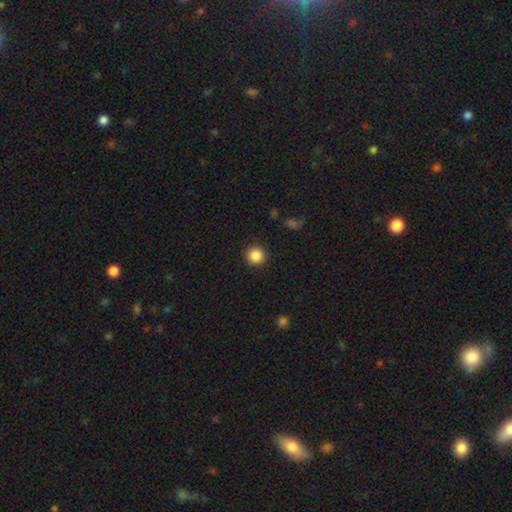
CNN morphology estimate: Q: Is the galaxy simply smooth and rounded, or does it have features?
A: smooth — 87%.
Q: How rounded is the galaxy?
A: round — 94%.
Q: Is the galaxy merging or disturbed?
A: none — 91%.